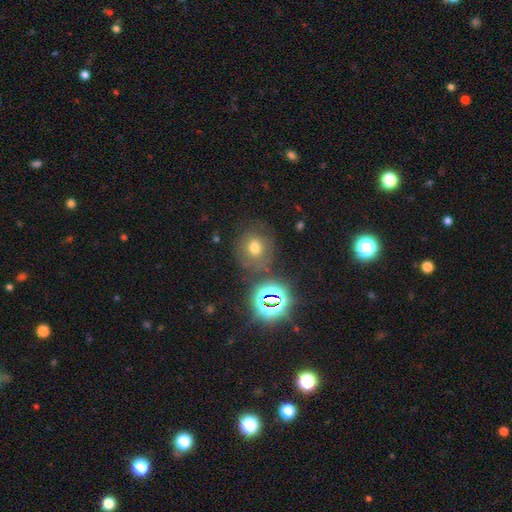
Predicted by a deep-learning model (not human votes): This is possibly a star or artifact rather than a galaxy (45%).